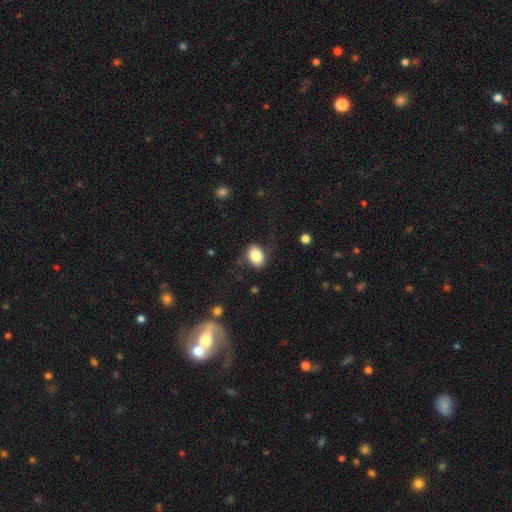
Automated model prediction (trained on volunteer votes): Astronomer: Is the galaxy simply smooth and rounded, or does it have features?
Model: smooth — 81%.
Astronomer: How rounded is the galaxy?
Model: in between — 74%.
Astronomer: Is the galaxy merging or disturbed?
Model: none — 69%.